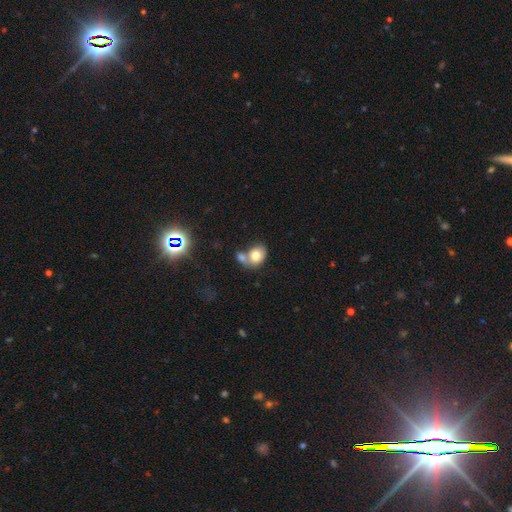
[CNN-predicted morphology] Smooth or featured? smooth (76%)
How rounded? in between (56%)
Merging? merger (45%)